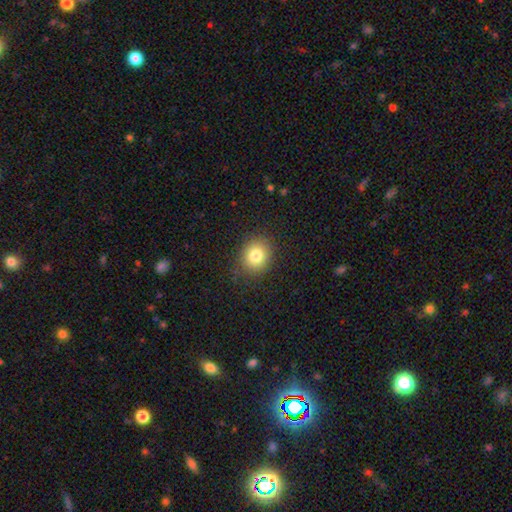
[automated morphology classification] Smooth or featured? Predicted: smooth (p=0.81). How rounded? Predicted: round (p=0.74). Merging? Predicted: none (p=0.87).